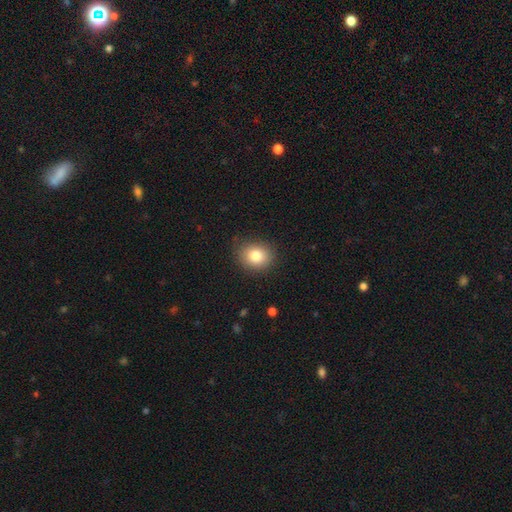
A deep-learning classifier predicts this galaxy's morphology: type=smooth (82%); roundness=round (62%); merging=none (85%).